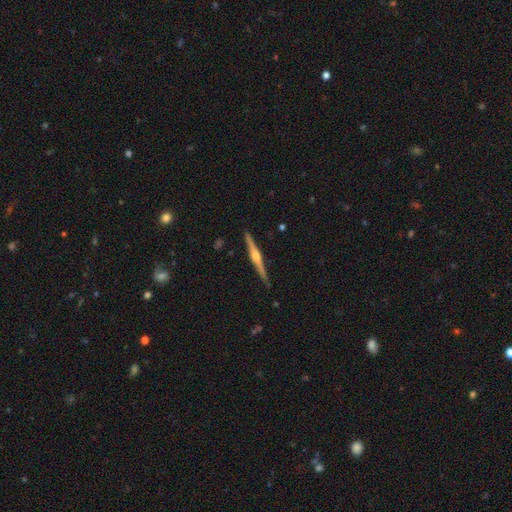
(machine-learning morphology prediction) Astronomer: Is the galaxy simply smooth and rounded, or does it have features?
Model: featured or disk — 83%.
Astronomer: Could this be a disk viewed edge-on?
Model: yes — 99%.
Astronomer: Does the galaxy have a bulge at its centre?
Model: rounded — 85%.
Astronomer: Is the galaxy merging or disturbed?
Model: none — 91%.